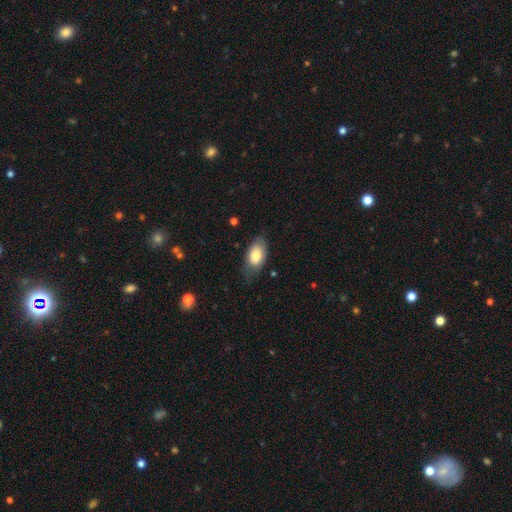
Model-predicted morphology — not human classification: smooth 78%, featured or disk 16%, star or artifact 6%. Down the decision tree: how rounded — in between (93%); merging — none (63%).